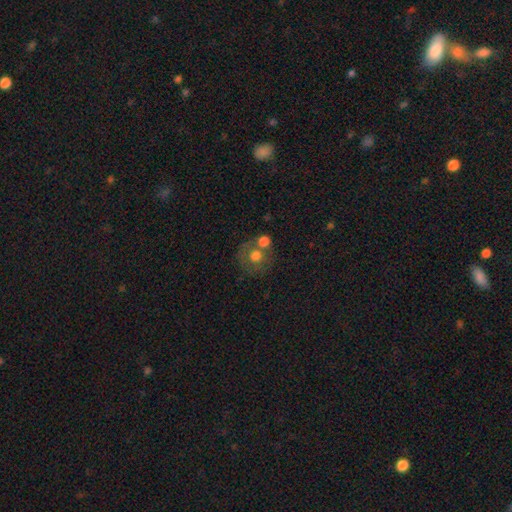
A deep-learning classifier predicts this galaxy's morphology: A smooth galaxy with no disk features (61%) that is round (87%).

Vote fractions:
- Smooth or featured? smooth: 61% / featured or disk: 28% / star or artifact: 11%
- How rounded? round: 87% / in between: 12% / cigar-shaped: 1%
- Merging? none: 49% / merger: 33% / minor disturbance: 11% / major disturbance: 7%